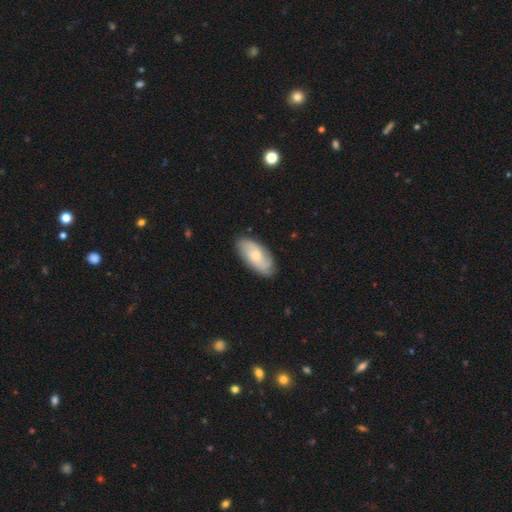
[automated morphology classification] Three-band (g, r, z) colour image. It shows a featured or disk galaxy (51%). Merging: none (83%).